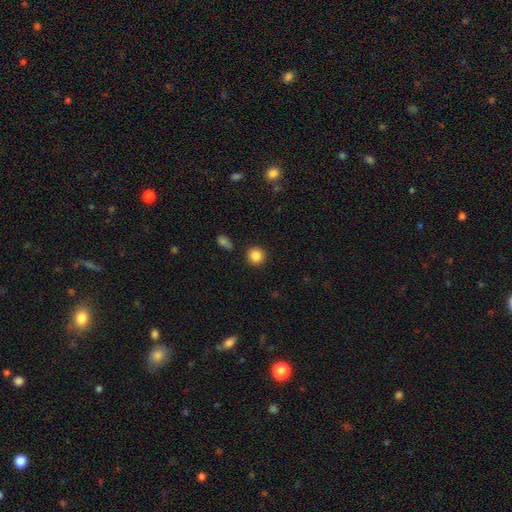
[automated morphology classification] This appears to be a smooth galaxy with no disk features (86%) that is round (92%). Merging: none (89%).